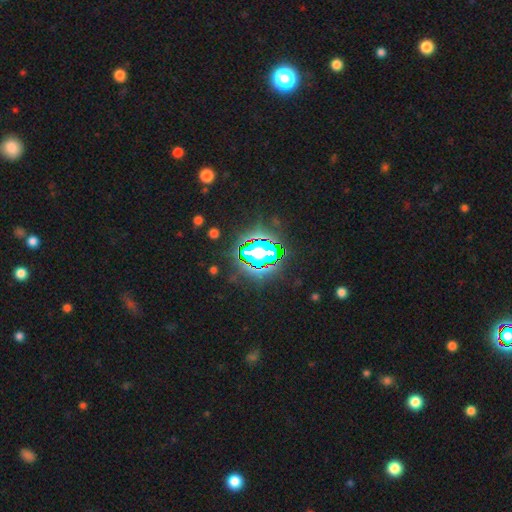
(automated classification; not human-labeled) Smooth or featured: star or artifact — 74% (smooth — 14%)